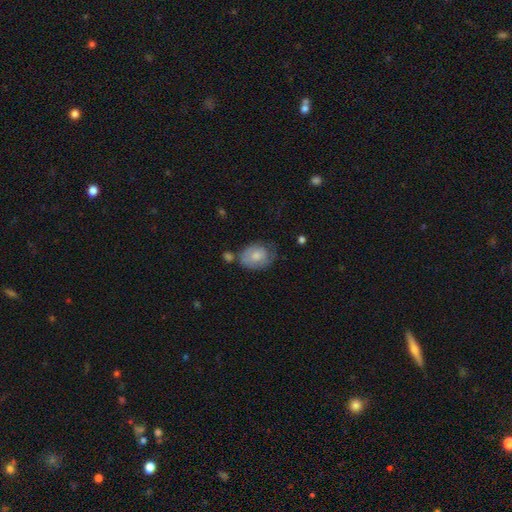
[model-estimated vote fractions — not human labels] Smooth or featured? Predicted: smooth (p=0.66). How rounded? Predicted: in between (p=0.62). Merging? Predicted: none (p=0.45).